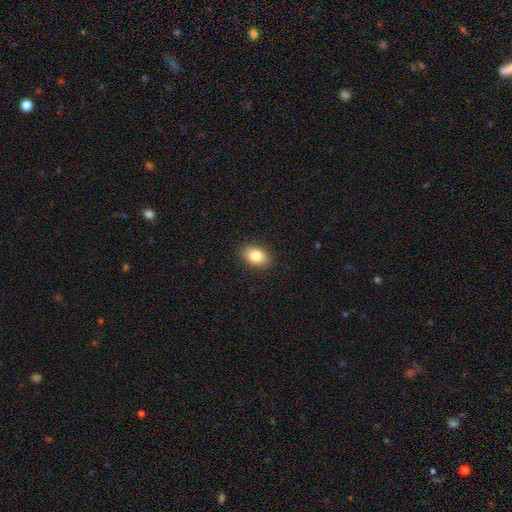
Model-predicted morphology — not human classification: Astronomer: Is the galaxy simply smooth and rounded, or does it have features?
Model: smooth — 84%.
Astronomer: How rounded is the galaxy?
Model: in between — 84%.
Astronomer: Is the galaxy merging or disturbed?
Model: none — 89%.